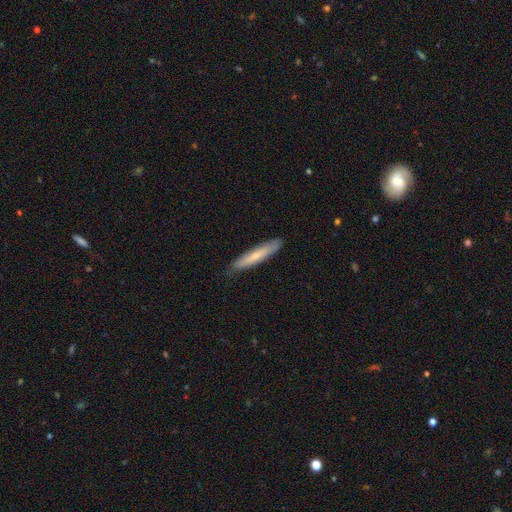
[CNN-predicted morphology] The model was most divided on "smooth or featured": smooth: 61%, featured or disk: 33%, star or artifact: 6%. More confident: how rounded — cigar-shaped (91%); merging — none (84%).